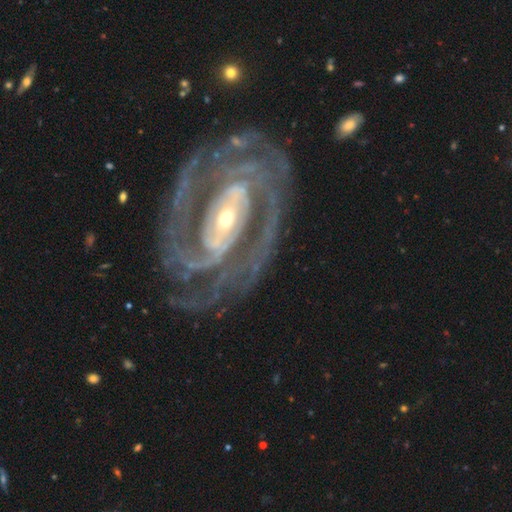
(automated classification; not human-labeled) featured or disk 92%, star or artifact 5%, smooth 3%. Down the decision tree: edge-on disk — no (96%); bar — strong (40%); spiral arms — yes (98%); spiral arm count — 2 (43%); spiral winding — tight (68%); bulge size — small (55%); merging — none (76%).